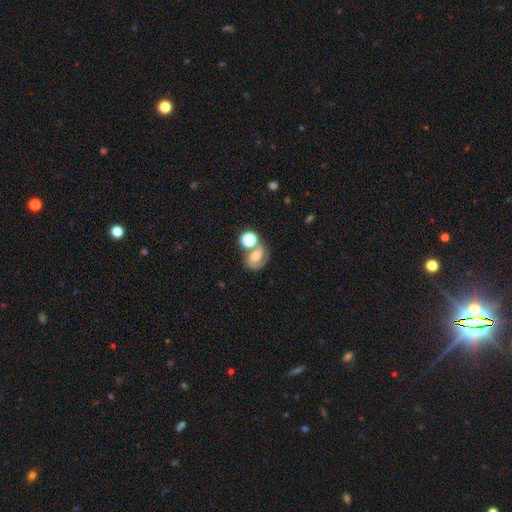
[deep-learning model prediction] smooth_or_featured: smooth (p=0.45) [alt: featured or disk p=0.40]
merging: none (p=0.38) [alt: merger p=0.36]